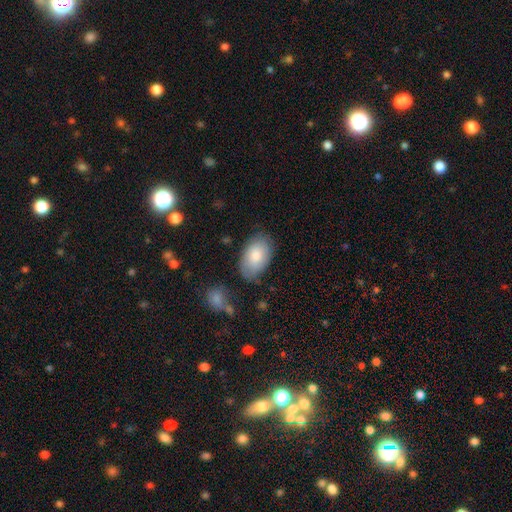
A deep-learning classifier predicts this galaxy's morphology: Smooth or featured?
  - smooth: 81% *
  - featured or disk: 13%
  - star or artifact: 6%
How rounded?
  - in between: 93% *
  - round: 6%
  - cigar-shaped: 1%
Merging?
  - none: 74% *
  - minor disturbance: 19%
  - major disturbance: 4%
  - merger: 3%